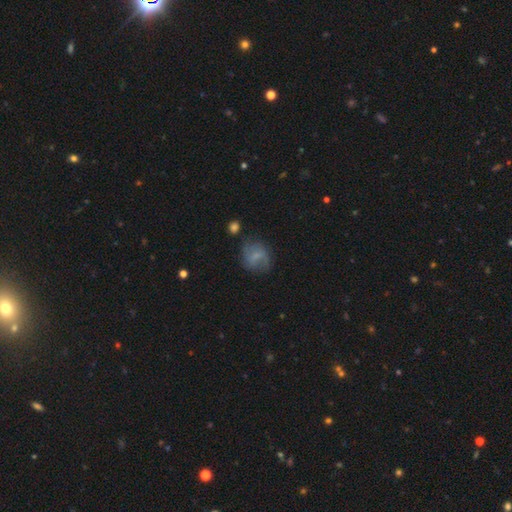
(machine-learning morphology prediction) smooth-or-featured: smooth: 53% | featured or disk: 37% | star or artifact: 10%
  how-rounded: round: 61% | in between: 37% | cigar-shaped: 2%
  merging: none: 62% | minor disturbance: 23% | major disturbance: 12% | merger: 3%